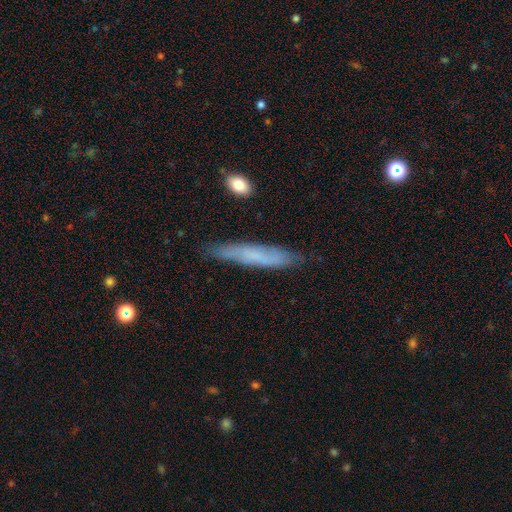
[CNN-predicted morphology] Overall: smooth (57%; featured or disk 36%). How rounded: cigar-shaped (90%). Merging: none (79%).